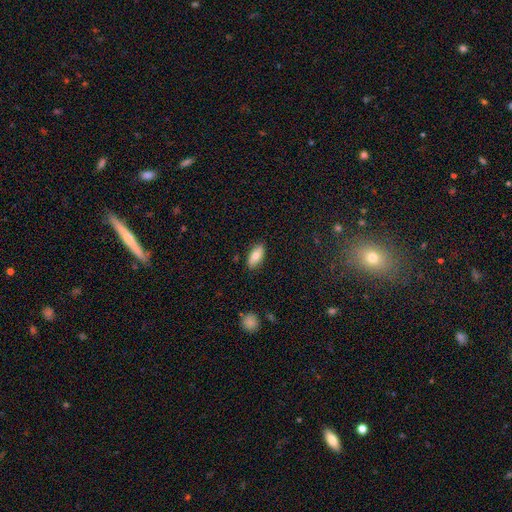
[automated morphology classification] Q: Smooth or featured?
A: smooth (78%); runner-up: featured or disk (16%)
Q: How rounded?
A: in between (86%); runner-up: cigar-shaped (11%)
Q: Merging?
A: none (86%); runner-up: minor disturbance (10%)